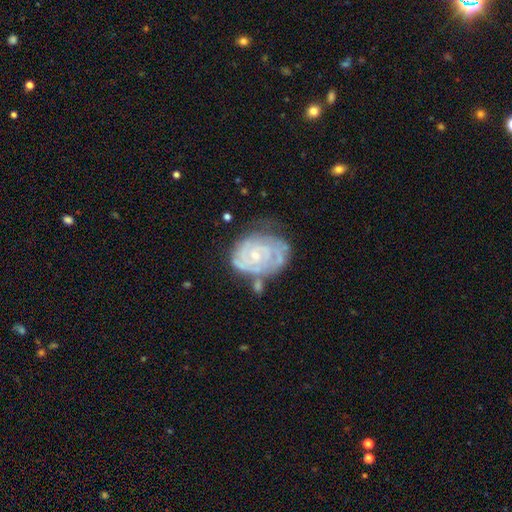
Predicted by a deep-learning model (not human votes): A featured or disk galaxy (84%) with no bar (70%), tight (76%) spiral arms (94%) and a small central bulge (69%).

Vote fractions:
- Smooth or featured? featured or disk: 84% / smooth: 10% / star or artifact: 6%
- Edge-on disk? no: 98% / yes: 2%
- Bar? no: 70% / weak: 25% / strong: 5%
- Spiral arms? yes: 94% / no: 6%
- Spiral winding? tight: 76% / medium: 20% / loose: 4%
- Spiral arm count? can't tell: 35% / 2: 29% / 3: 18% / 4: 8% / 1: 5% / more than 4: 5%
- Bulge size? small: 69% / moderate: 25% / none: 4% / large: 1% / dominant: 1%
- Merging? none: 55% / minor disturbance: 26% / major disturbance: 12% / merger: 8%